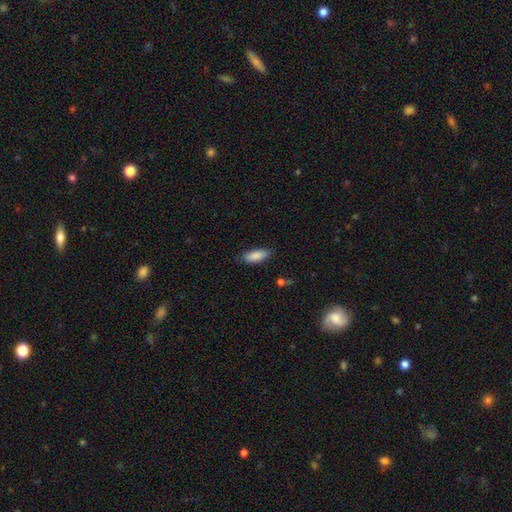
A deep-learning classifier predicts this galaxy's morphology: A smooth galaxy with no disk features (88%) that is in between round and cigar-shaped (72%). Merging: none (84%).